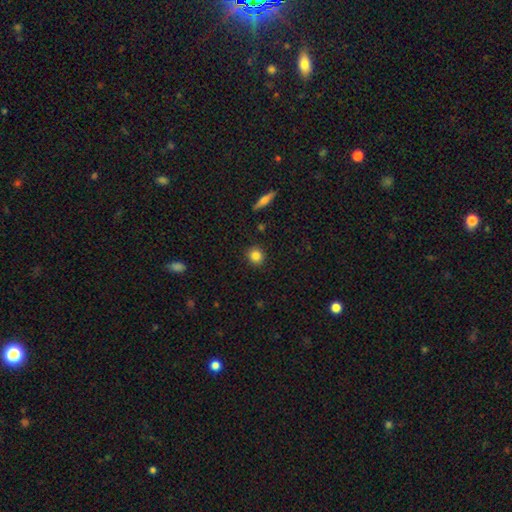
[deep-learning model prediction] A smooth galaxy with no disk features (84%) that is round (88%).

Vote fractions:
- Smooth or featured? smooth: 84% / star or artifact: 10% / featured or disk: 6%
- How rounded? round: 88% / in between: 10% / cigar-shaped: 1%
- Merging? none: 90% / minor disturbance: 7% / major disturbance: 2% / merger: 2%